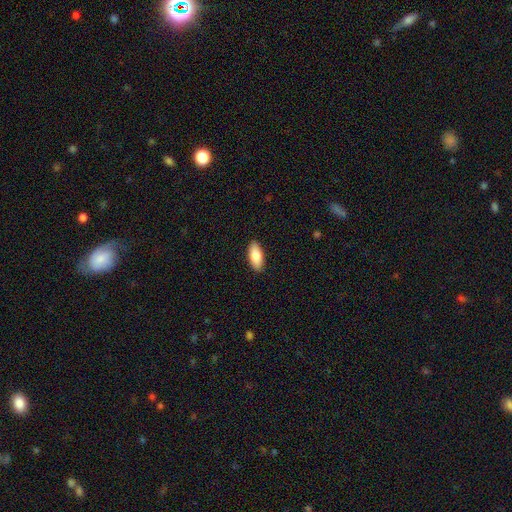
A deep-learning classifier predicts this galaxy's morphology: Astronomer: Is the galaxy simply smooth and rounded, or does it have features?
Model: smooth — 84%.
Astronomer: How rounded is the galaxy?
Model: in between — 85%.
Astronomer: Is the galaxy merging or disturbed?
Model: none — 90%.